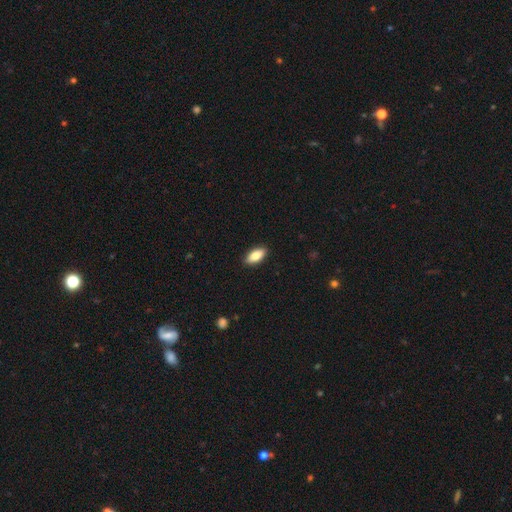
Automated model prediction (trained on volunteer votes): Smooth or featured? Predicted: smooth (p=0.81). How rounded? Predicted: in between (p=0.88). Merging? Predicted: none (p=0.90).